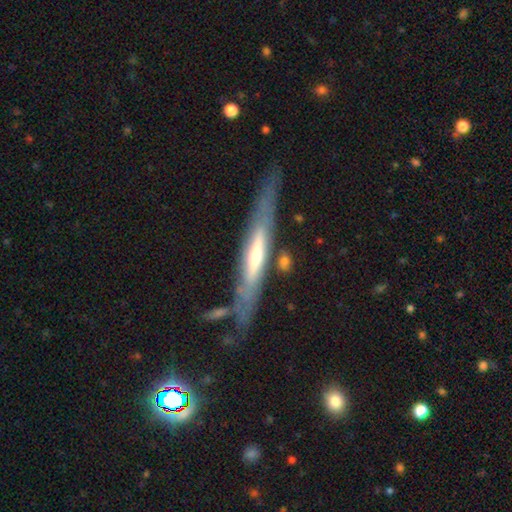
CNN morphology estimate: type=featured or disk (72%); edge-on=yes (83%); edge-on bulge=rounded (51%); merging=none (75%).